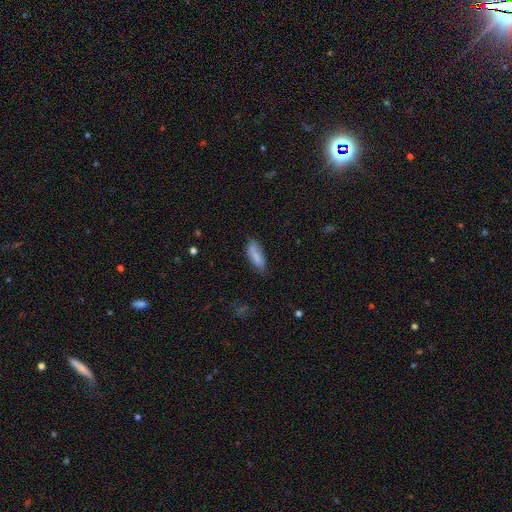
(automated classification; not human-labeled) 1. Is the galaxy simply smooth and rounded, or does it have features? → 79% smooth, 13% featured or disk, 7% star or artifact.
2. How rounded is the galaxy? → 60% in between, 38% cigar-shaped, 2% round.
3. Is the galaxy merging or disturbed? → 64% none, 26% minor disturbance, 7% major disturbance, 3% merger.